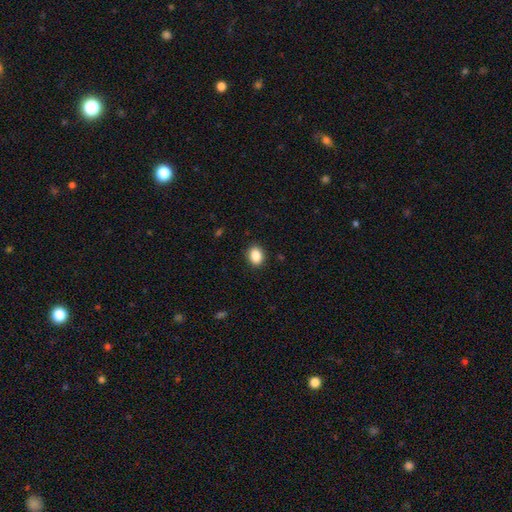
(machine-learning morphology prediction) The model was most divided on "how rounded": in between: 60%, round: 39%, cigar-shaped: 1%. More confident: merging — none (90%); smooth or featured — smooth (88%).